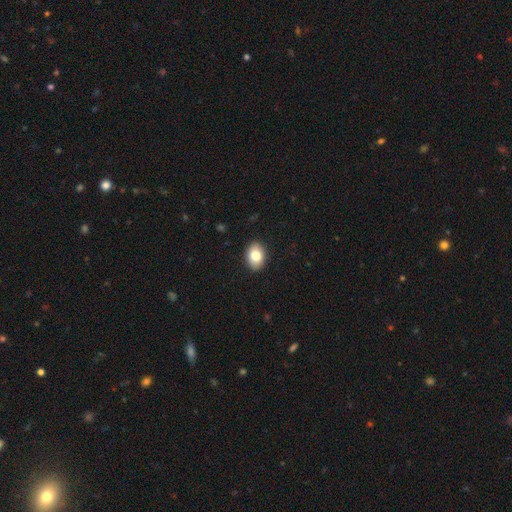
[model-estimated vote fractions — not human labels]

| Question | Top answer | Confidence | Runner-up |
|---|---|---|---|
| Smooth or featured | smooth | 81% | featured or disk (11%) |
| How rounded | in between | 78% | round (20%) |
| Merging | none | 91% | minor disturbance (7%) |